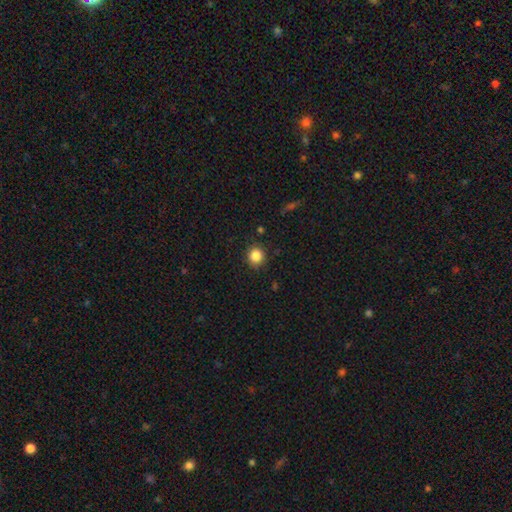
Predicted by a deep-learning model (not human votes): The model was most divided on "how rounded": round: 86%, in between: 13%, cigar-shaped: 1%. More confident: merging — none (88%); smooth or featured — smooth (85%).